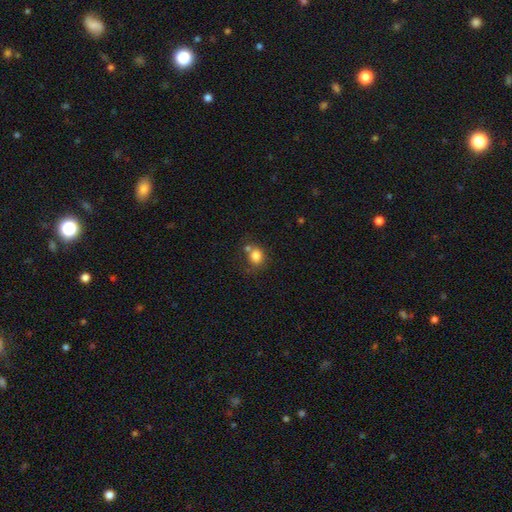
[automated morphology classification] Overall: smooth (81%). How rounded: round (77%). Merging: none (55%; merger 27%).